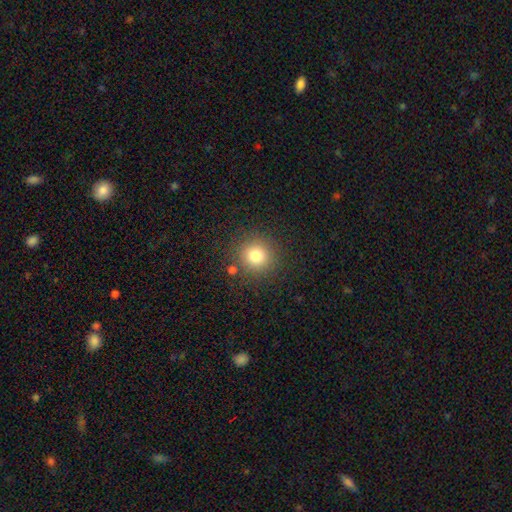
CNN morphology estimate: smooth 79%, star or artifact 13%, featured or disk 8%. Down the decision tree: how rounded — round (93%); merging — none (85%).